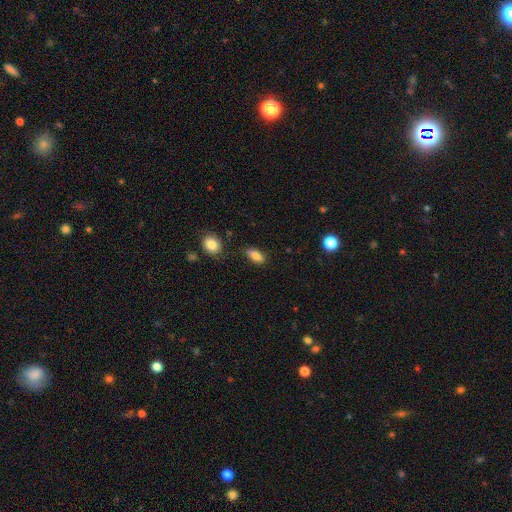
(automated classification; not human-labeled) Smooth or featured? Predicted: smooth (p=0.84). How rounded? Predicted: in between (p=0.84). Merging? Predicted: none (p=0.83).